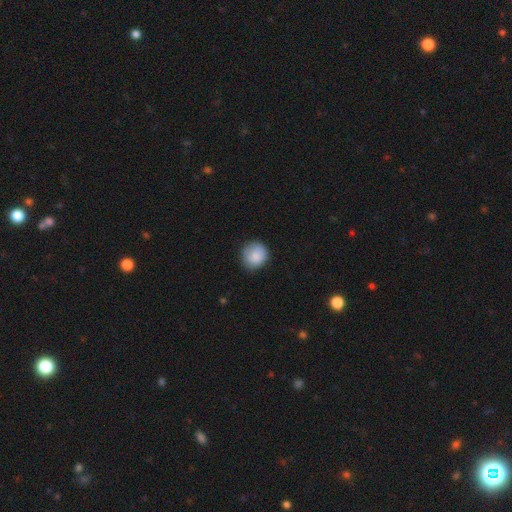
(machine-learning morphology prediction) A smooth galaxy with no disk features (86%) that is round (88%). Merging: none (80%).